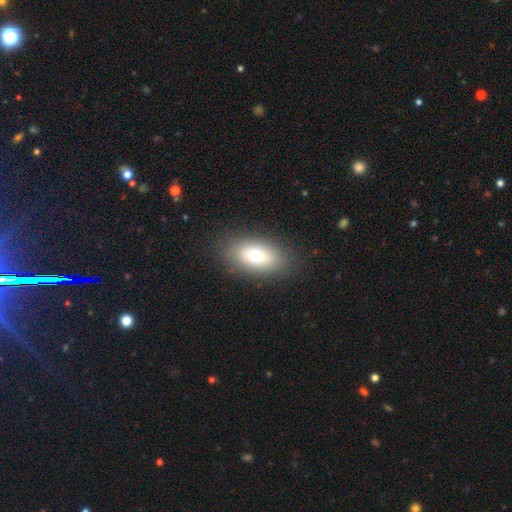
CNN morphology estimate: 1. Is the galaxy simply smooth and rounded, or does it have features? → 76% smooth, 16% featured or disk, 8% star or artifact.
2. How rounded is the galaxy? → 90% in between, 7% round, 3% cigar-shaped.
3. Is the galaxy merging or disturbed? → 86% none, 10% minor disturbance, 4% major disturbance, 1% merger.